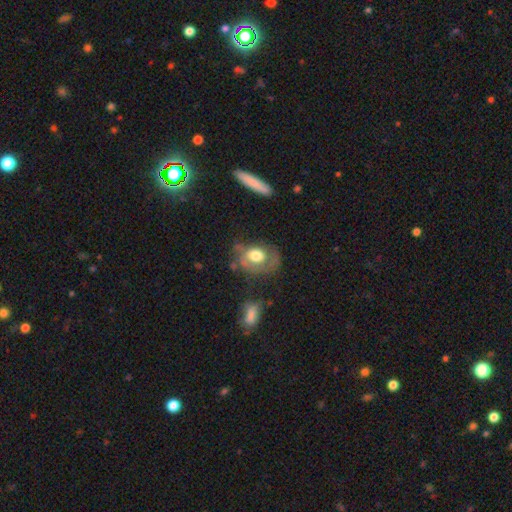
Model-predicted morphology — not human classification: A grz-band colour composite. It shows a smooth galaxy with no disk features (47%). Merging: none (44%).